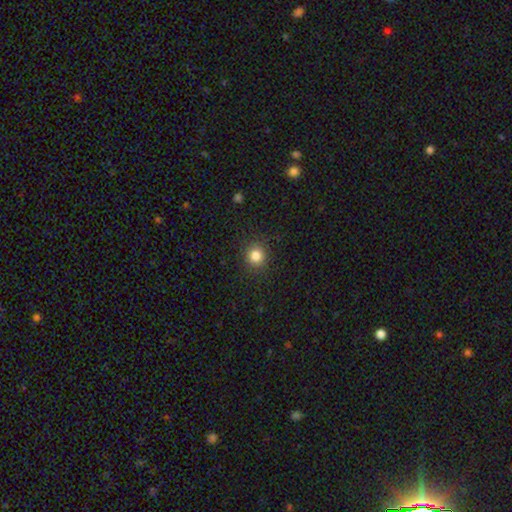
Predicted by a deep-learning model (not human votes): smooth 83%, star or artifact 12%, featured or disk 5%. Down the decision tree: how rounded — round (90%); merging — none (89%).